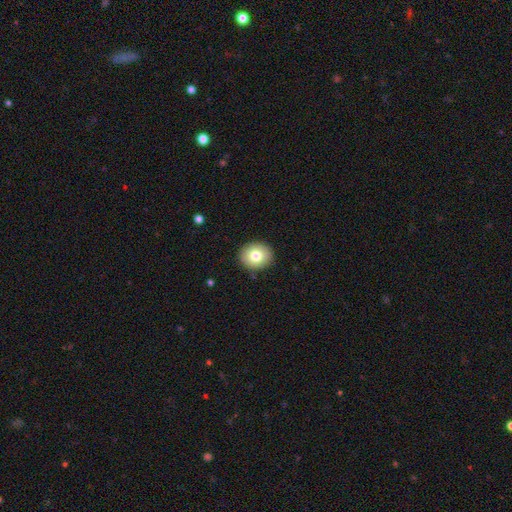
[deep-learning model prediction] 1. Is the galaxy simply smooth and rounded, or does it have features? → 78% smooth, 13% featured or disk, 9% star or artifact.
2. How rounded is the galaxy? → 74% round, 25% in between, 1% cigar-shaped.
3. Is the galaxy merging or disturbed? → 90% none, 7% minor disturbance, 2% major disturbance, 1% merger.